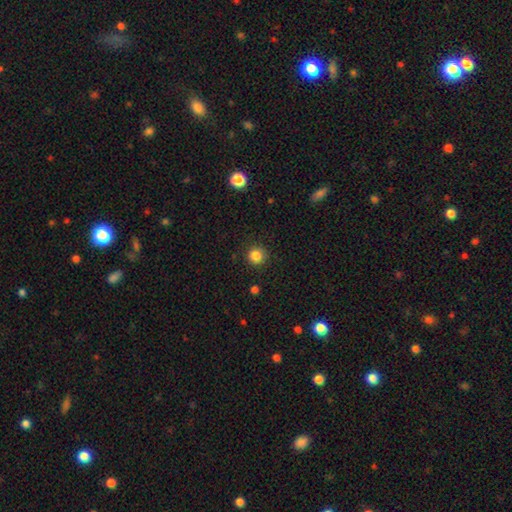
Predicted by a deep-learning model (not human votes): smooth 85%, star or artifact 12%, featured or disk 4%. Down the decision tree: how rounded — round (94%); merging — none (90%).